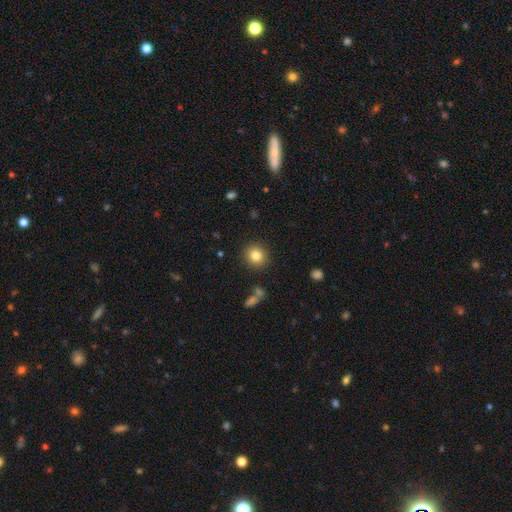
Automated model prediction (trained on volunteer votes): Q: Smooth or featured?
A: smooth (82%); runner-up: star or artifact (11%)
Q: How rounded?
A: round (89%); runner-up: in between (11%)
Q: Merging?
A: none (89%); runner-up: minor disturbance (7%)